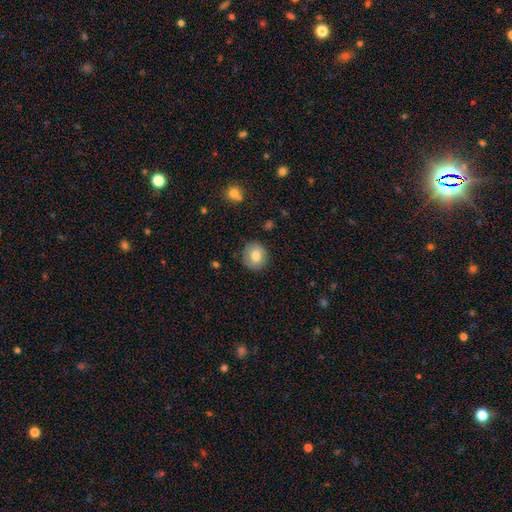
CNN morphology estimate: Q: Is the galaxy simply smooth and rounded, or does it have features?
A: smooth — 78%.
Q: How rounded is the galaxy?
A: round — 86%.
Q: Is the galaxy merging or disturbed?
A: none — 84%.